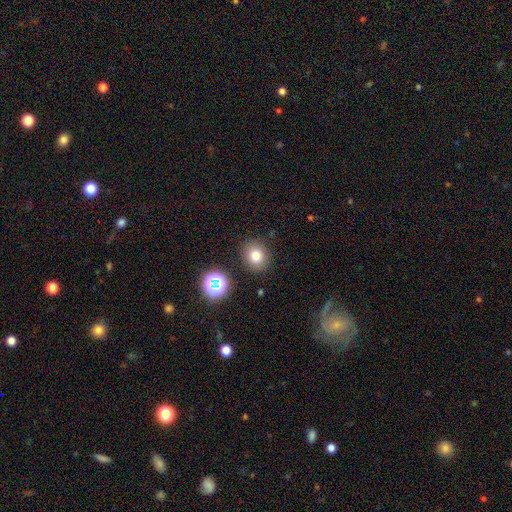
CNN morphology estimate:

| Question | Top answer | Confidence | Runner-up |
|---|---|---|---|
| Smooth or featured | smooth | 76% | star or artifact (16%) |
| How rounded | round | 81% | in between (18%) |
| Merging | none | 87% | minor disturbance (8%) |